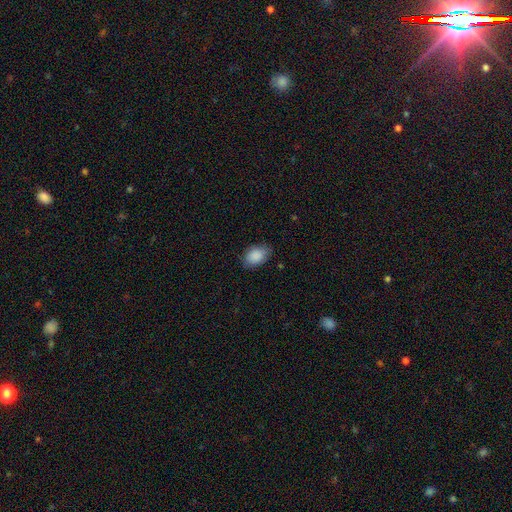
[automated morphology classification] Q: Smooth or featured?
A: smooth (89%); runner-up: star or artifact (7%)
Q: How rounded?
A: in between (85%); runner-up: round (14%)
Q: Merging?
A: none (80%); runner-up: minor disturbance (15%)